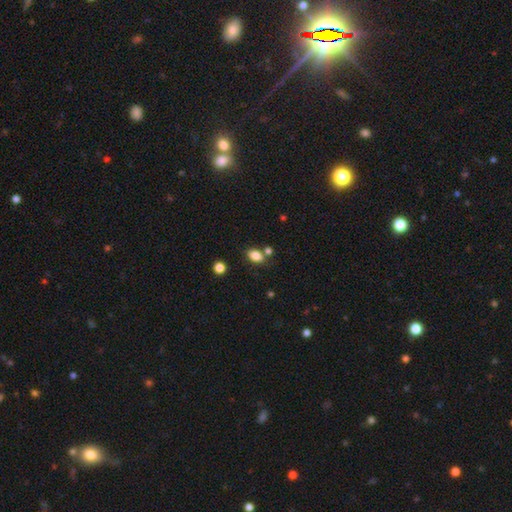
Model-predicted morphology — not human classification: smooth-or-featured: smooth: 84% | star or artifact: 10% | featured or disk: 6%
  how-rounded: in between: 86% | round: 12% | cigar-shaped: 2%
  merging: none: 70% | merger: 14% | minor disturbance: 13% | major disturbance: 3%